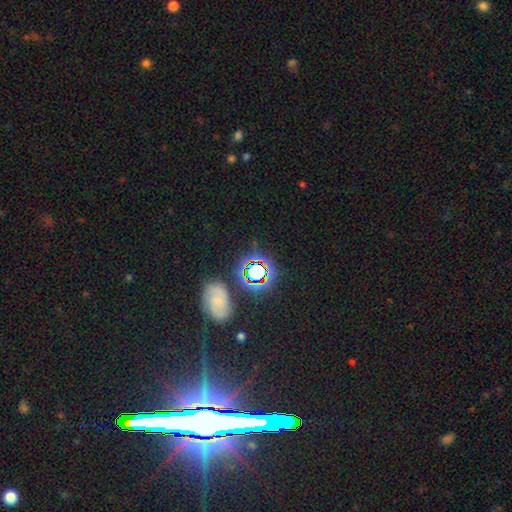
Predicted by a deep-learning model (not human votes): The model was most divided on "smooth or featured": star or artifact: 67%, smooth: 18%, featured or disk: 16%.